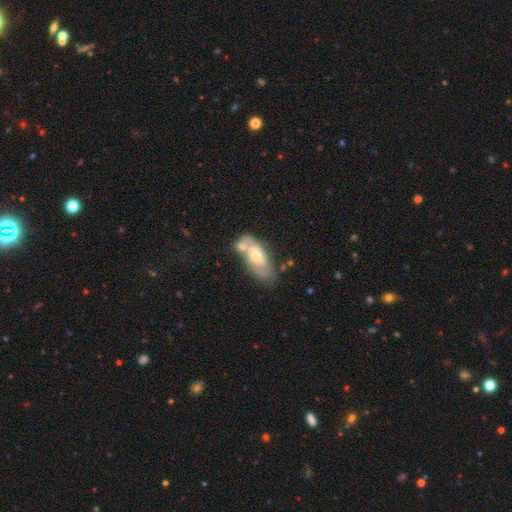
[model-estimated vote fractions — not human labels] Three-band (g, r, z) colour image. It shows a featured or disk galaxy (64%) with no bar (67%), spiral arms (70%) and a moderate central bulge (59%). Merging: none (39%).